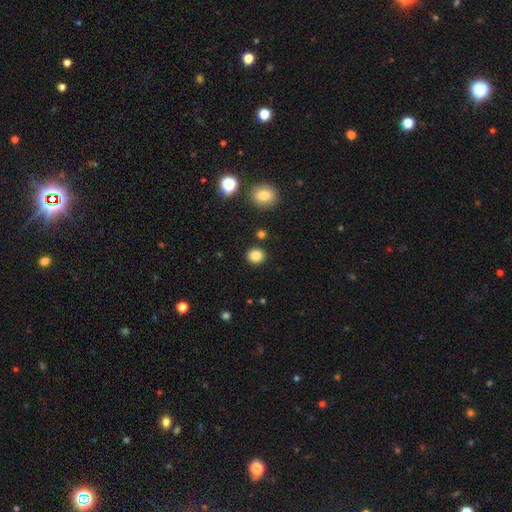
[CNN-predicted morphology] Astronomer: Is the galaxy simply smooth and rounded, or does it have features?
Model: smooth — 84%.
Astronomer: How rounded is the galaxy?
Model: round — 86%.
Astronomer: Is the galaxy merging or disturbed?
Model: none — 89%.